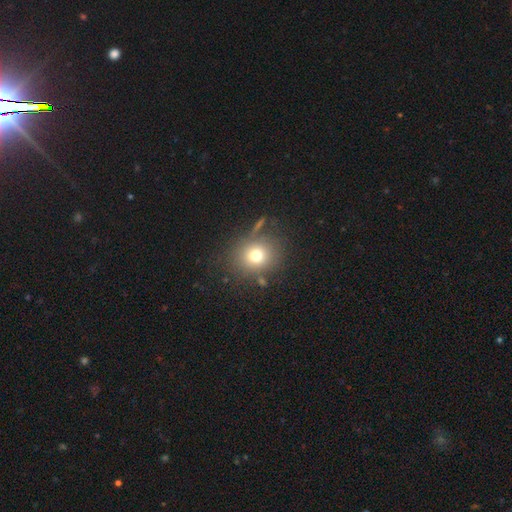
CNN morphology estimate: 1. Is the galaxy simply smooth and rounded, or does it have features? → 72% smooth, 15% star or artifact, 13% featured or disk.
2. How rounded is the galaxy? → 80% round, 19% in between, 1% cigar-shaped.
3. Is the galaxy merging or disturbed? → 77% none, 11% minor disturbance, 6% merger, 6% major disturbance.